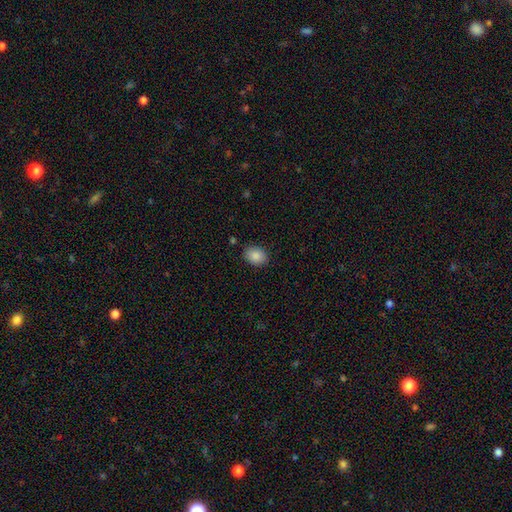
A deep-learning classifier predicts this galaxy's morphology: This is clearly a smooth galaxy (88%). How rounded: likely in between (69%). Merging: clearly none (87%).